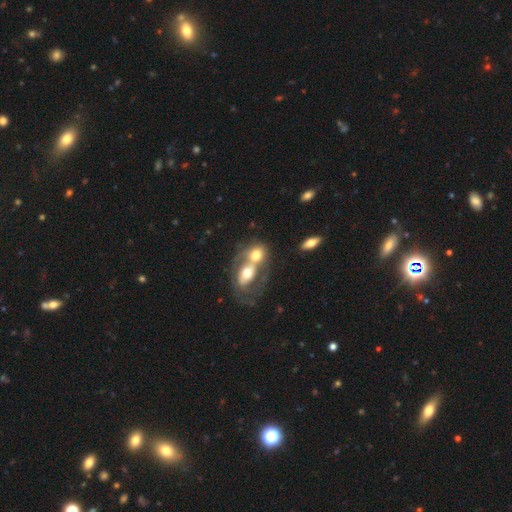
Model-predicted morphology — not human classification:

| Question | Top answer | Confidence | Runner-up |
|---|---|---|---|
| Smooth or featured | smooth | 51% | featured or disk (41%) |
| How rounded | in between | 60% | round (37%) |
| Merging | merger | 74% | none (14%) |